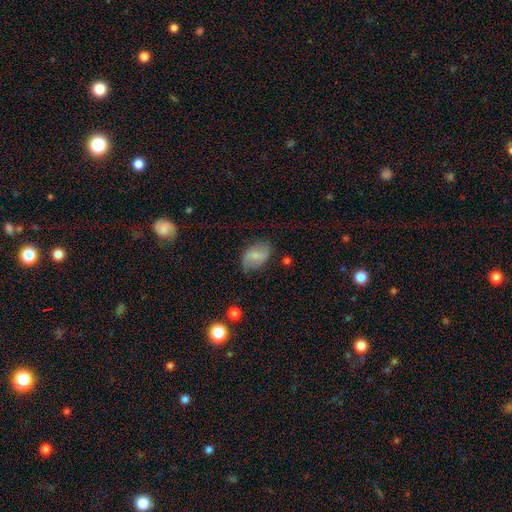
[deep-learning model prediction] Q: Smooth or featured?
A: smooth (57%); runner-up: featured or disk (35%)
Q: How rounded?
A: in between (87%); runner-up: round (11%)
Q: Merging?
A: none (72%); runner-up: minor disturbance (20%)